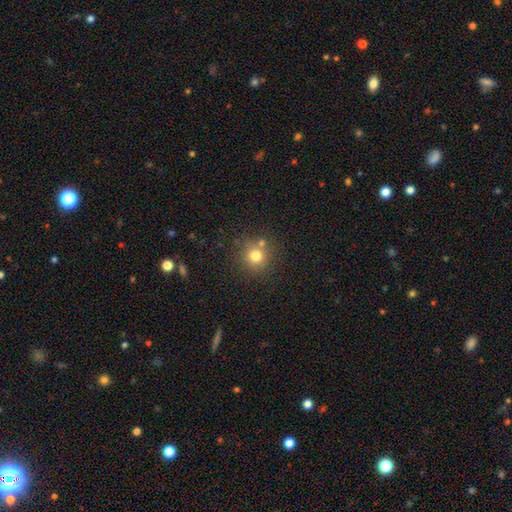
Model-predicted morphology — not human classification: type=smooth (76%); roundness=round (92%); merging=none (74%).